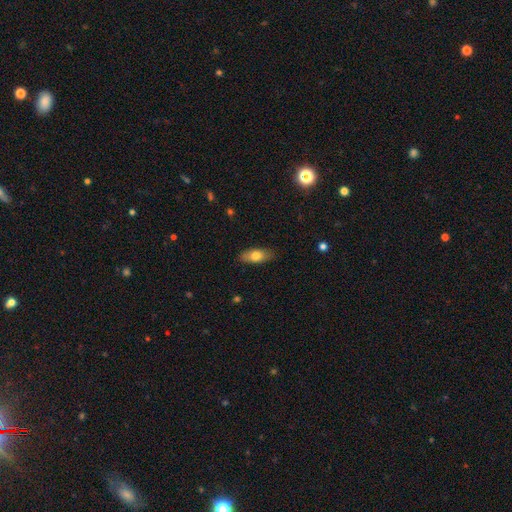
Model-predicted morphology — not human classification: type=smooth (74%); roundness=in between (82%); merging=none (84%).